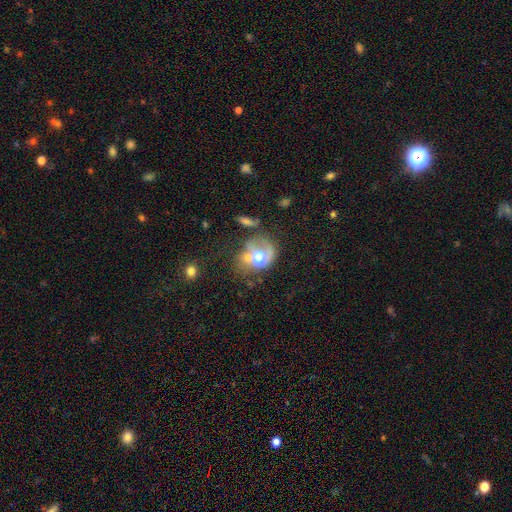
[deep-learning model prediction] Smooth or featured?
  - featured or disk: 47% *
  - smooth: 41%
  - star or artifact: 12%
Merging?
  - merger: 40% *
  - none: 25%
  - major disturbance: 21%
  - minor disturbance: 14%